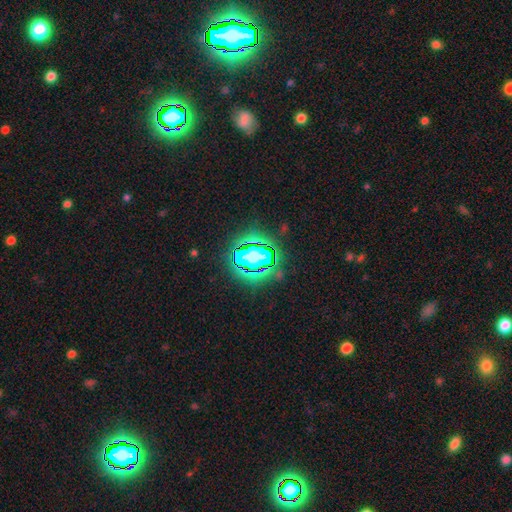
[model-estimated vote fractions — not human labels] This is likely a star or artifact rather than a galaxy (68%).